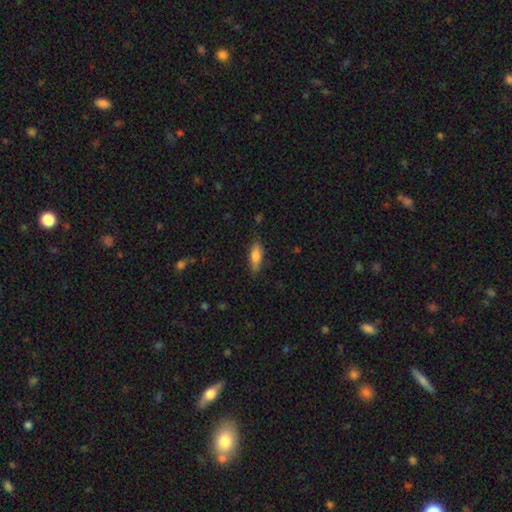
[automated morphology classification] Smooth or featured?
  - smooth: 76% *
  - featured or disk: 17%
  - star or artifact: 7%
How rounded?
  - in between: 60% *
  - cigar-shaped: 38%
  - round: 2%
Merging?
  - none: 78% *
  - minor disturbance: 17%
  - major disturbance: 4%
  - merger: 2%